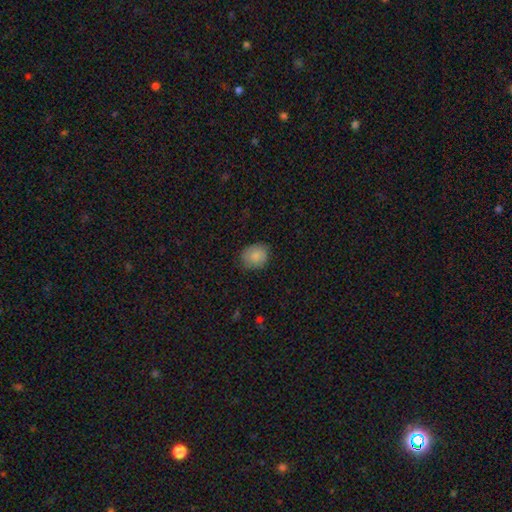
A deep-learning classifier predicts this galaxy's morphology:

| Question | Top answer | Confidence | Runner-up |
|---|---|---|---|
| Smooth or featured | smooth | 84% | featured or disk (8%) |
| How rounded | round | 71% | in between (28%) |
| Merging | none | 78% | minor disturbance (18%) |